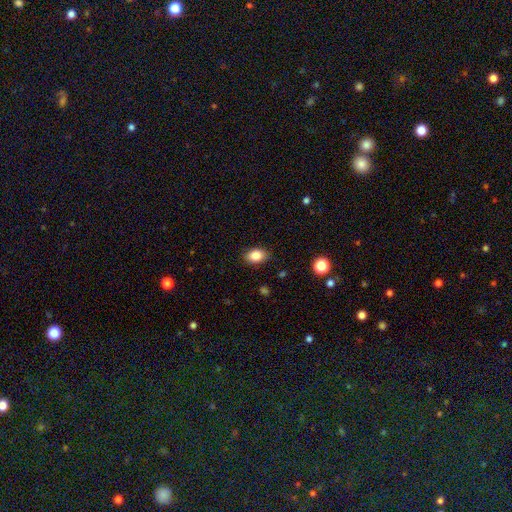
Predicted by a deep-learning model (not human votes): A smooth galaxy with no disk features (85%) that is in between round and cigar-shaped (78%). Merging: none (86%).